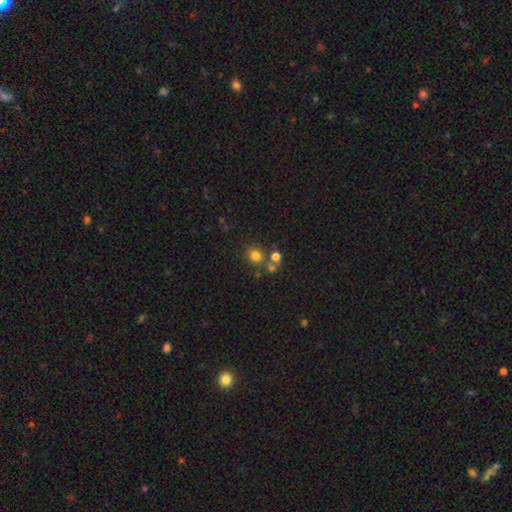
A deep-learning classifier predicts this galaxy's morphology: Overall: smooth (76%). How rounded: round (82%). Merging: none (67%).